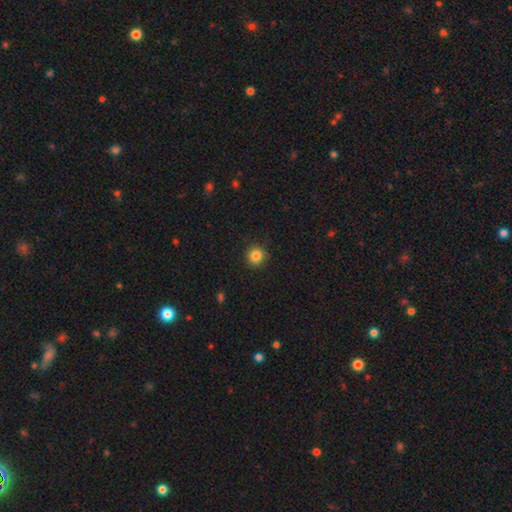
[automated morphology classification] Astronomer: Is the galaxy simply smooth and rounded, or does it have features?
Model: smooth — 84%.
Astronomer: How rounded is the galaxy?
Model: round — 94%.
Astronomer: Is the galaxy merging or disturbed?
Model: none — 91%.